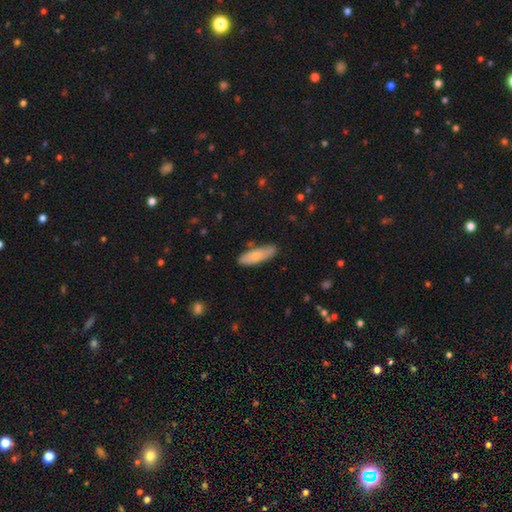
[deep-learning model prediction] Smooth or featured: smooth — 71% (featured or disk — 23%)
How rounded: in between — 53% (cigar-shaped — 45%)
Merging: none — 77% (minor disturbance — 17%)